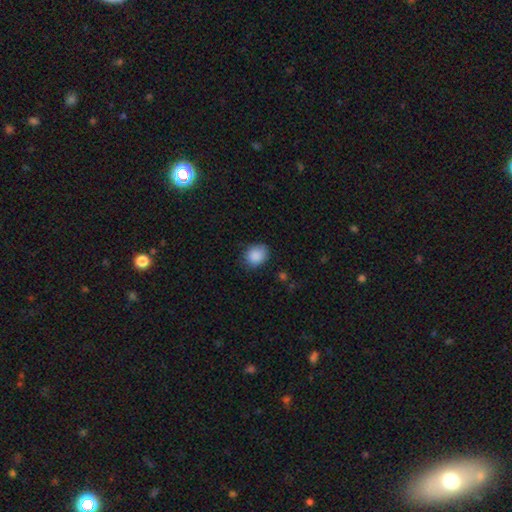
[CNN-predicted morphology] A smooth galaxy with no disk features (88%) that is round (64%). Merging: none (75%).